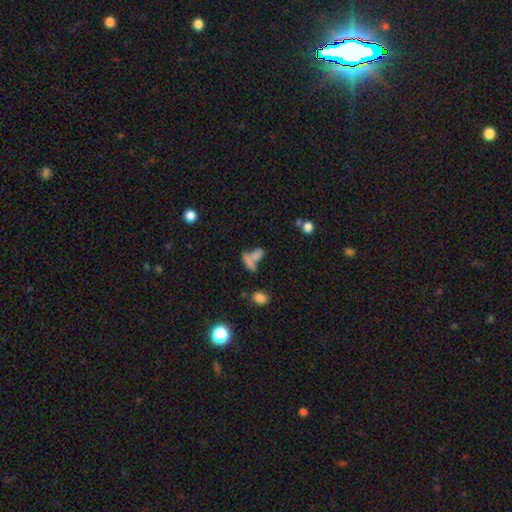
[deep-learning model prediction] Morphology: type=smooth (66%); roundness=in between (70%); merging=merger (53%).